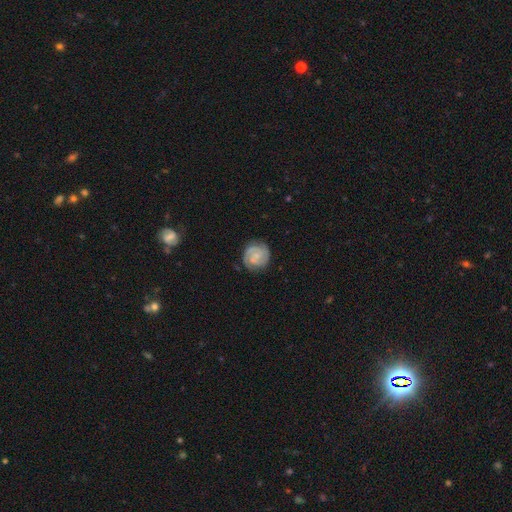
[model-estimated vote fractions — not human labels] A featured or disk galaxy (83%) with no bar (59%), 2 (74%) tight (68%) spiral arms (98%) and a small central bulge (61%).

Vote fractions:
- Smooth or featured? featured or disk: 83% / smooth: 12% / star or artifact: 5%
- Edge-on disk? no: 98% / yes: 2%
- Bar? no: 59% / weak: 34% / strong: 6%
- Spiral arms? yes: 98% / no: 2%
- Spiral winding? tight: 68% / medium: 28% / loose: 4%
- Spiral arm count? 2: 74% / 3: 13% / can't tell: 7% / 1: 3% / 4: 2% / more than 4: 2%
- Bulge size? small: 61% / none: 20% / moderate: 17% / large: 1% / dominant: 1%
- Merging? none: 83% / minor disturbance: 13% / major disturbance: 4% / merger: 1%